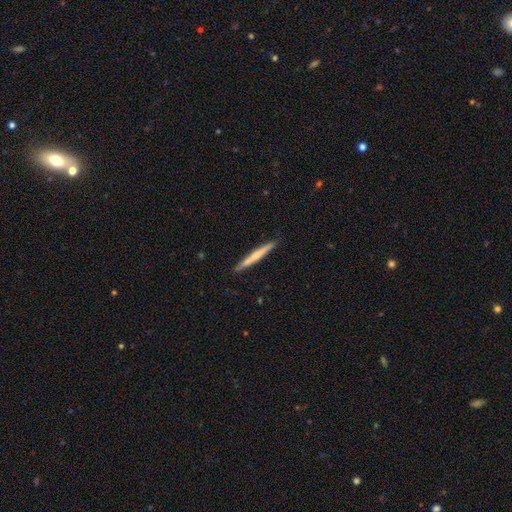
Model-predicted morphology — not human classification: smooth_or_featured: smooth (p=0.55) [alt: featured or disk p=0.40]
how_rounded: cigar-shaped (p=0.97) [alt: in between p=0.02]
merging: none (p=0.91) [alt: minor disturbance p=0.06]